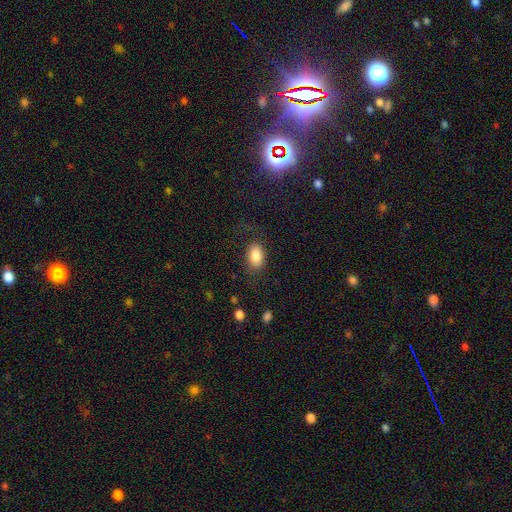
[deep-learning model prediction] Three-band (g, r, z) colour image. It shows a smooth galaxy with no disk features (84%) that is in between round and cigar-shaped (89%). Merging: none (76%).